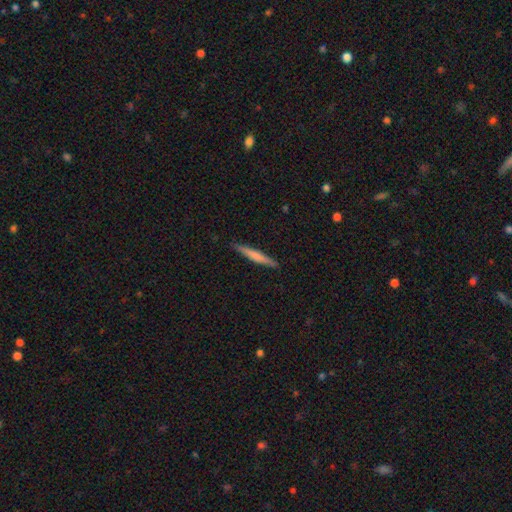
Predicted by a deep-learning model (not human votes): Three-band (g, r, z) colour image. It shows a smooth galaxy with no disk features (59%) that is cigar-shaped (95%). Merging: none (90%).